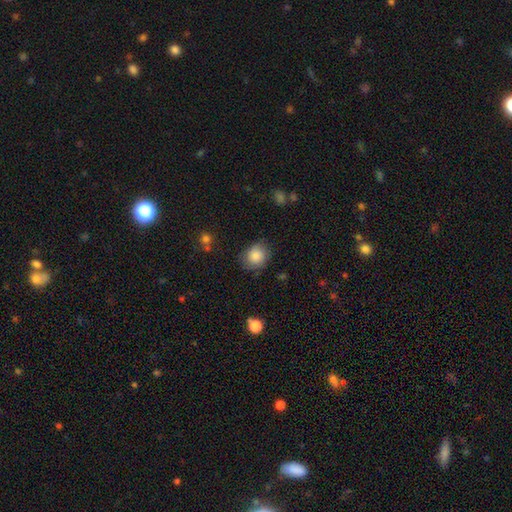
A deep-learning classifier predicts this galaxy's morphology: The model was most divided on "how rounded": round: 71%, in between: 28%, cigar-shaped: 1%. More confident: smooth or featured — smooth (84%); merging — none (75%).